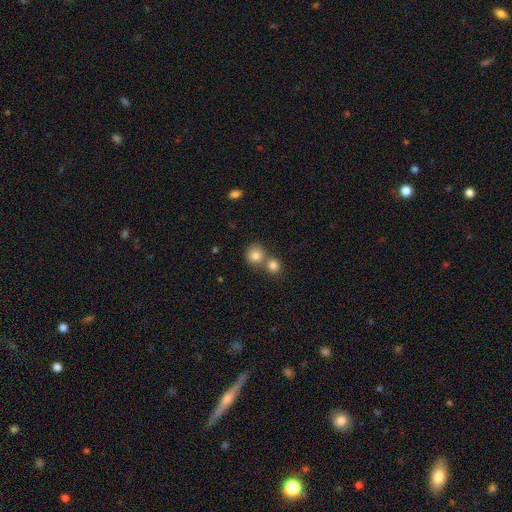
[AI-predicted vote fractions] Smooth or featured? Predicted: smooth (p=0.82). How rounded? Predicted: round (p=0.84). Merging? Predicted: none (p=0.47).